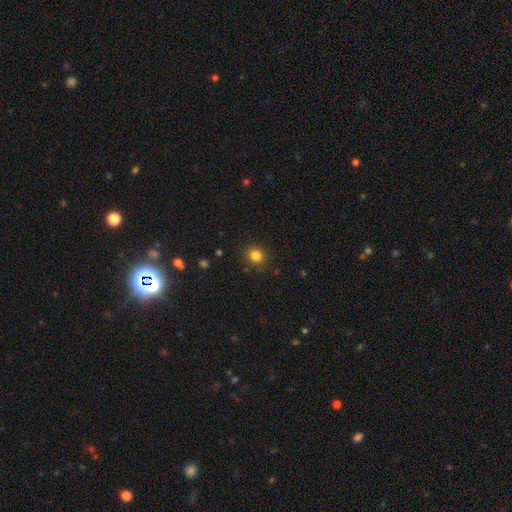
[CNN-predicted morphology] Smooth or featured: smooth — 83% (star or artifact — 12%)
How rounded: round — 76% (in between — 23%)
Merging: none — 88% (minor disturbance — 8%)